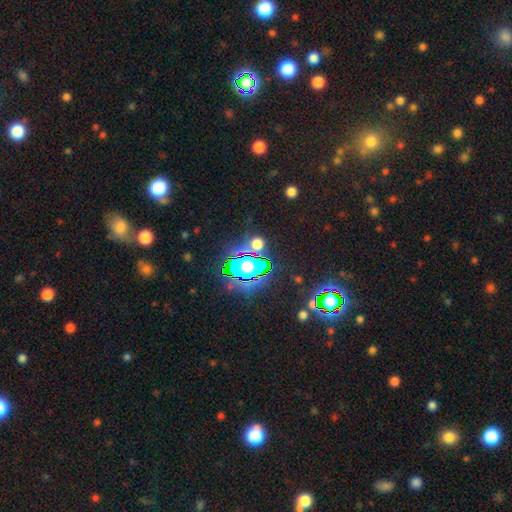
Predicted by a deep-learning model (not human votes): smooth_or_featured: star or artifact (p=0.79) [alt: smooth p=0.12]